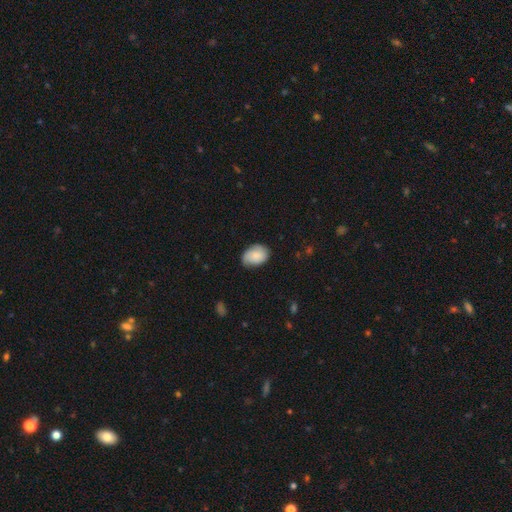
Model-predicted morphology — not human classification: Q: Smooth or featured?
A: smooth (79%); runner-up: featured or disk (14%)
Q: How rounded?
A: in between (79%); runner-up: round (20%)
Q: Merging?
A: none (65%); runner-up: minor disturbance (28%)